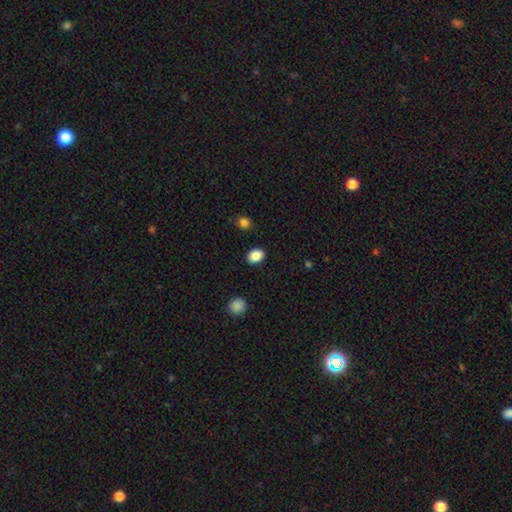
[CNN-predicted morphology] smooth-or-featured: smooth: 87% | star or artifact: 9% | featured or disk: 4%
  how-rounded: in between: 67% | round: 32% | cigar-shaped: 1%
  merging: none: 88% | minor disturbance: 8% | major disturbance: 2% | merger: 1%